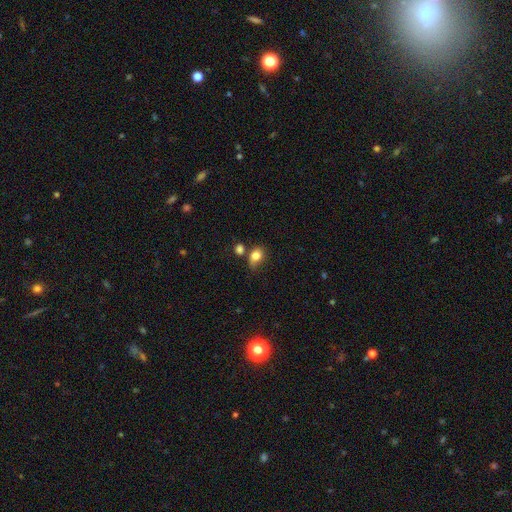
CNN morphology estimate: This appears to be a smooth galaxy with no disk features (82%) that is in between round and cigar-shaped (64%). Merging: none (53%).